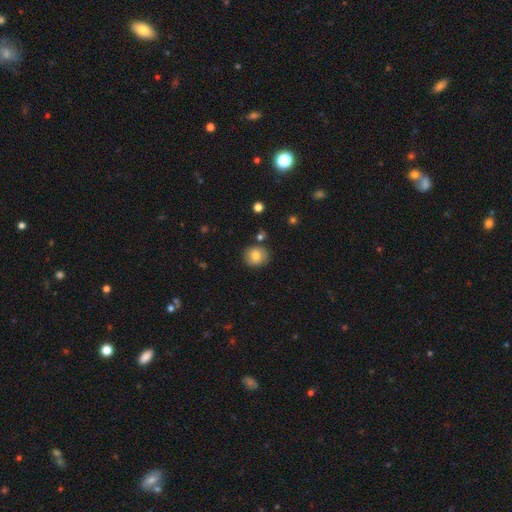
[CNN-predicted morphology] The model was most divided on "how rounded": round: 80%, in between: 19%, cigar-shaped: 1%. More confident: merging — none (83%); smooth or featured — smooth (80%).